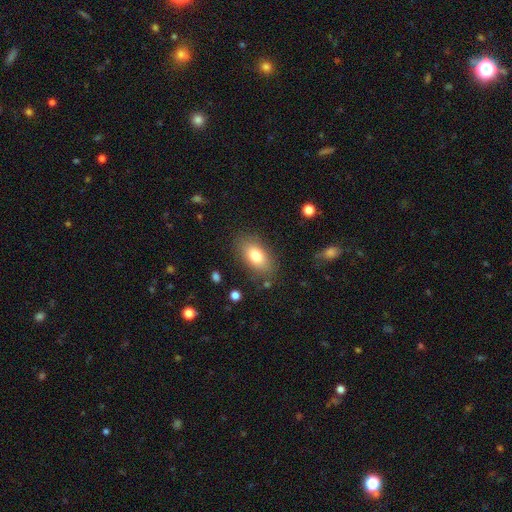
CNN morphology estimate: Q: Smooth or featured?
A: smooth (78%); runner-up: featured or disk (14%)
Q: How rounded?
A: in between (89%); runner-up: round (7%)
Q: Merging?
A: none (82%); runner-up: minor disturbance (12%)